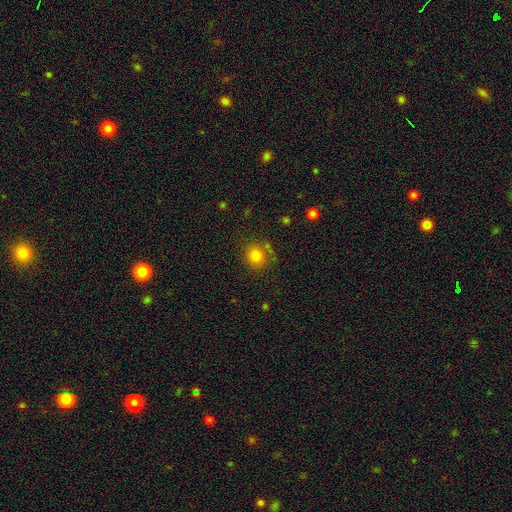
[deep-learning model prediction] The model was most divided on "merging": none: 74%, minor disturbance: 14%, merger: 6%, major disturbance: 5%. More confident: how rounded — round (82%); smooth or featured — smooth (80%).